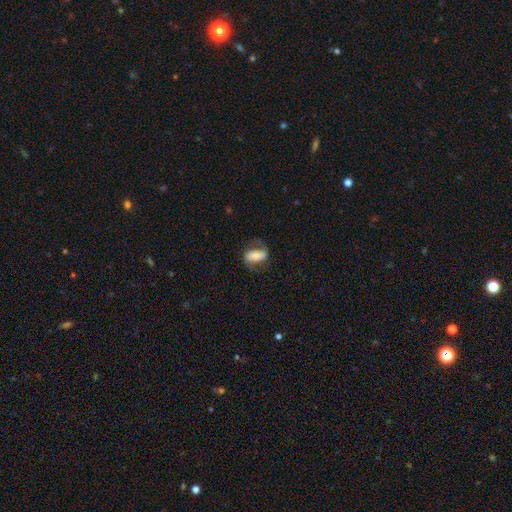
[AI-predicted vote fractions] Morphology: type=featured or disk (47%); merging=none (66%).